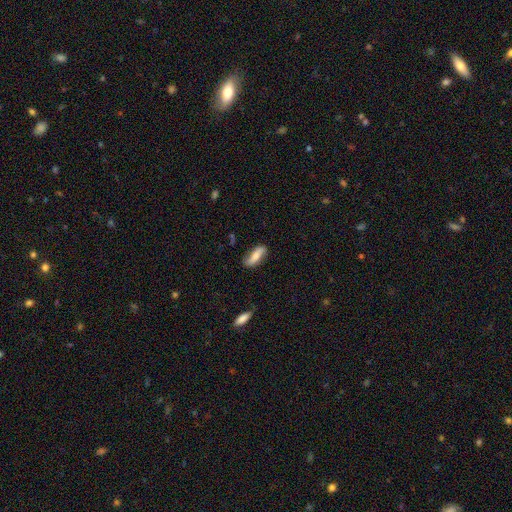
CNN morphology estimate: Smooth or featured: smooth — 53% (featured or disk — 40%)
How rounded: in between — 63% (cigar-shaped — 34%)
Merging: none — 74% (minor disturbance — 20%)